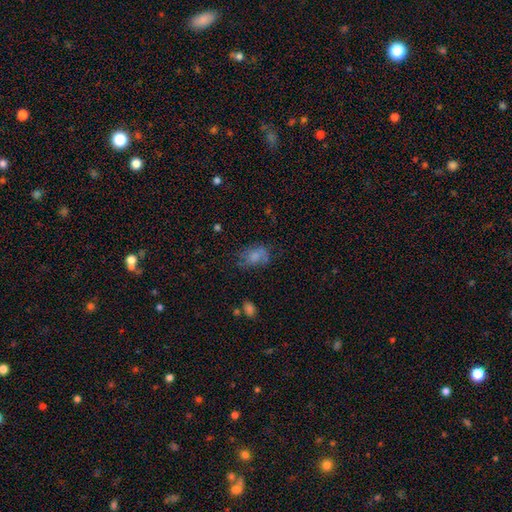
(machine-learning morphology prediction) A smooth galaxy with no disk features (64%) that is in between round and cigar-shaped (78%).

Vote fractions:
- Smooth or featured? smooth: 64% / featured or disk: 23% / star or artifact: 13%
- How rounded? in between: 78% / round: 20% / cigar-shaped: 2%
- Merging? none: 48% / minor disturbance: 26% / major disturbance: 18% / merger: 8%